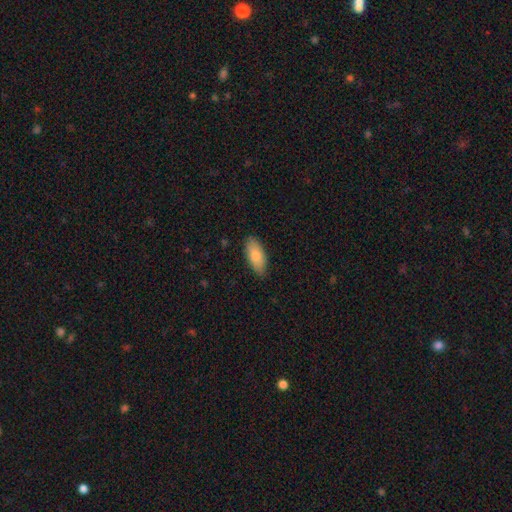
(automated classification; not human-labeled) This appears to be a smooth galaxy with no disk features (85%) that is in between round and cigar-shaped (86%). Merging: none (85%).